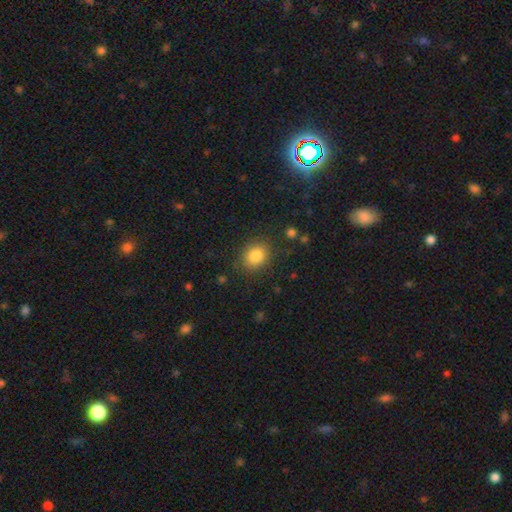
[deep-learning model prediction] Q: Smooth or featured?
A: smooth (84%); runner-up: star or artifact (10%)
Q: How rounded?
A: round (59%); runner-up: in between (40%)
Q: Merging?
A: none (84%); runner-up: minor disturbance (11%)